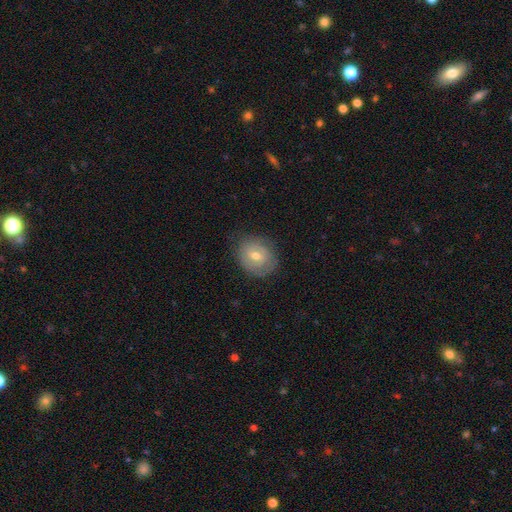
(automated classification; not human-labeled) Q: Smooth or featured?
A: smooth (58%); runner-up: featured or disk (34%)
Q: How rounded?
A: round (67%); runner-up: in between (32%)
Q: Merging?
A: none (74%); runner-up: minor disturbance (19%)